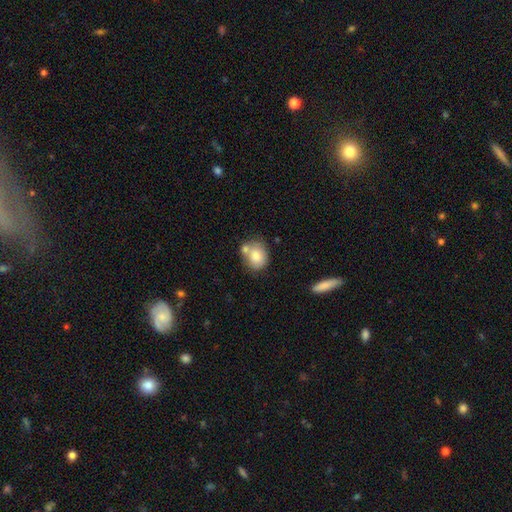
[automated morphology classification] Smooth or featured? Predicted: smooth (p=0.76). How rounded? Predicted: round (p=0.59). Merging? Predicted: none (p=0.48).